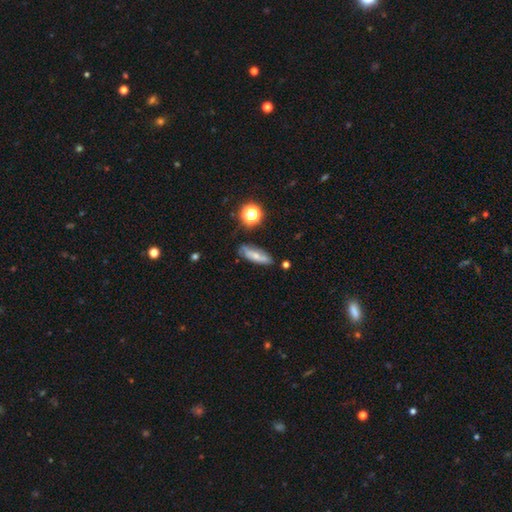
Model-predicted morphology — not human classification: Q: Smooth or featured?
A: smooth (53%); runner-up: featured or disk (36%)
Q: How rounded?
A: in between (53%); runner-up: cigar-shaped (42%)
Q: Merging?
A: none (73%); runner-up: minor disturbance (19%)